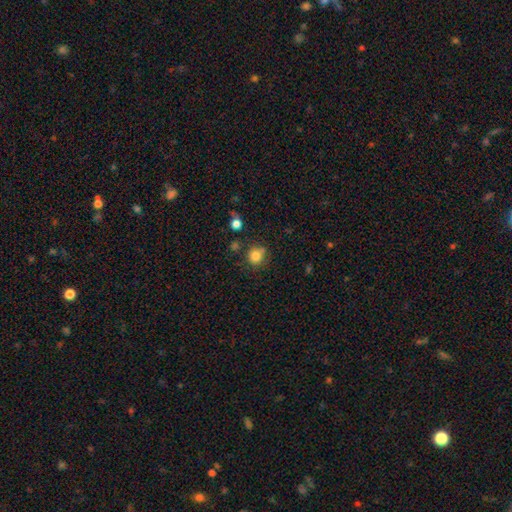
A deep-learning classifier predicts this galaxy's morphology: The model was most divided on "merging": none: 73%, minor disturbance: 14%, merger: 8%, major disturbance: 4%. More confident: how rounded — round (89%); smooth or featured — smooth (82%).